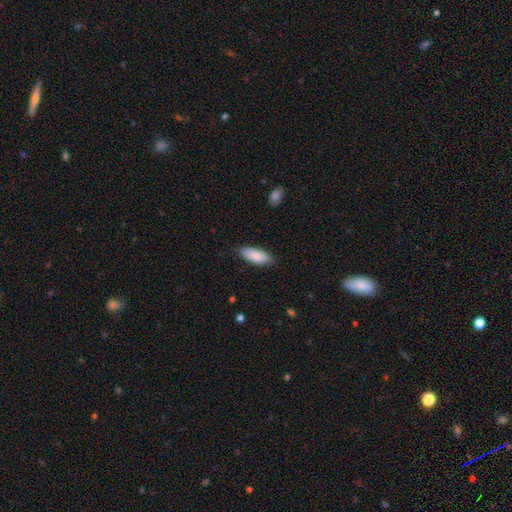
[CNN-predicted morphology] Smooth or featured? Predicted: smooth (p=0.86). How rounded? Predicted: in between (p=0.81). Merging? Predicted: none (p=0.83).